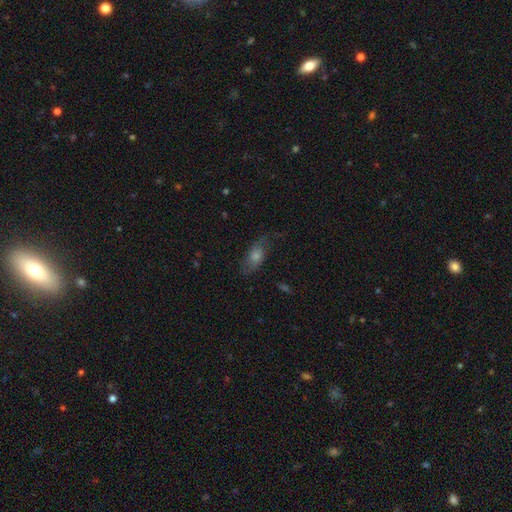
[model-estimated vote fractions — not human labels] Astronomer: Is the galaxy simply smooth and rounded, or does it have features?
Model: featured or disk — 44% (runner-up: smooth, 42%).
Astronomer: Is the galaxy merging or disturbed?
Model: none — 67%.